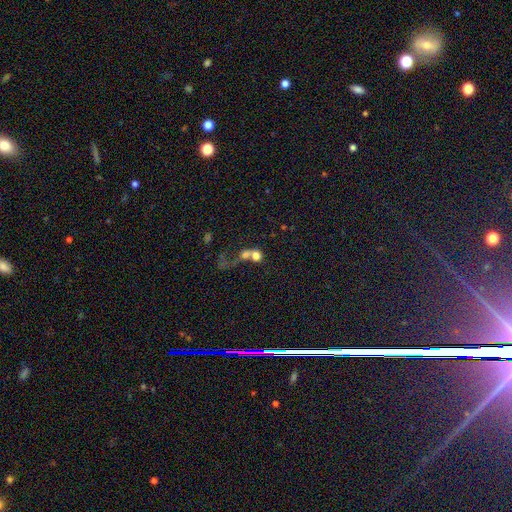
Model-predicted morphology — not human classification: This appears to be a smooth galaxy with no disk features (65%) that is round (73%). Merging: merger (64%).